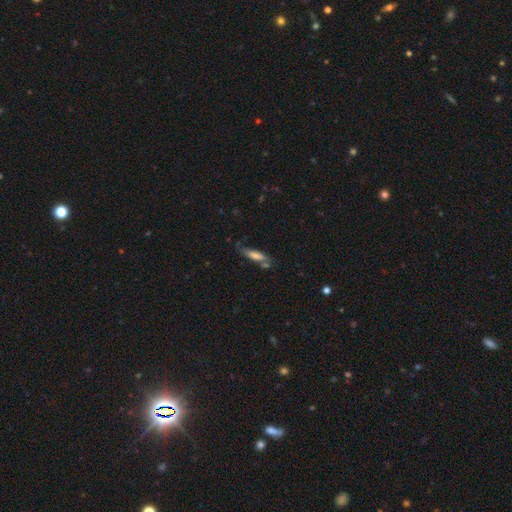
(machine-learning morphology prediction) Smooth or featured? smooth (68%)
How rounded? cigar-shaped (66%)
Merging? none (57%)